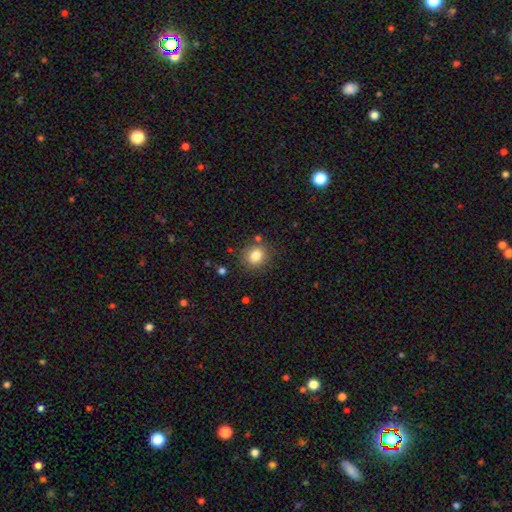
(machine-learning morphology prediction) Smooth or featured? Predicted: smooth (p=0.82). How rounded? Predicted: round (p=0.76). Merging? Predicted: none (p=0.82).